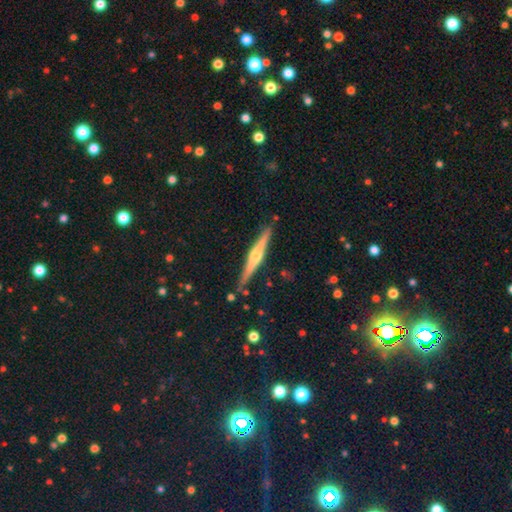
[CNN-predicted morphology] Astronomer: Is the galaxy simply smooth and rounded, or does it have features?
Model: featured or disk — 76%.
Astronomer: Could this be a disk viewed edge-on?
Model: yes — 98%.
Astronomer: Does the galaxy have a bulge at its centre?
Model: rounded — 90%.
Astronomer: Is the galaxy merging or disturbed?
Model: none — 88%.